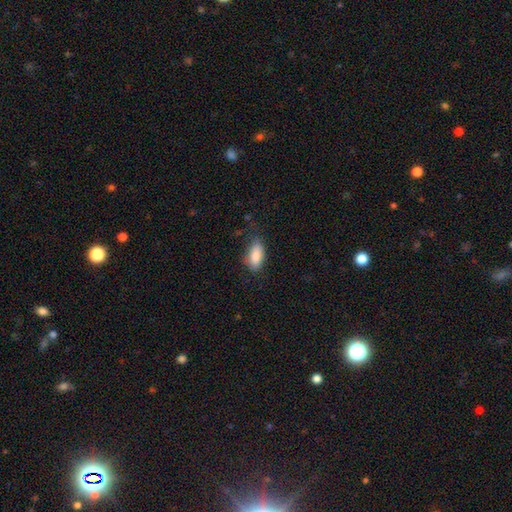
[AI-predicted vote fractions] Smooth or featured?
  - smooth: 87% *
  - star or artifact: 7%
  - featured or disk: 7%
How rounded?
  - in between: 91% *
  - cigar-shaped: 6%
  - round: 3%
Merging?
  - none: 64% *
  - minor disturbance: 26%
  - major disturbance: 8%
  - merger: 2%